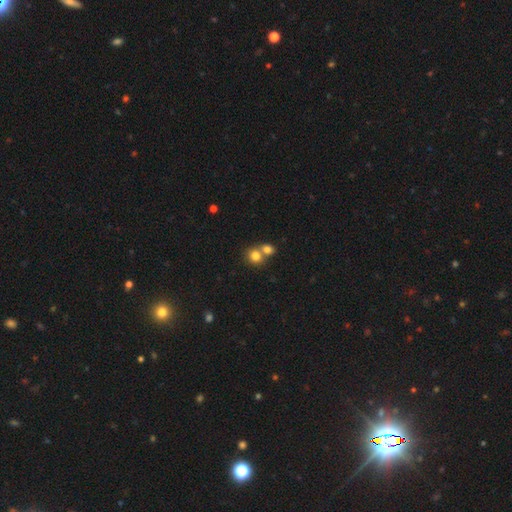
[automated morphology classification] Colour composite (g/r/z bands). It shows a smooth galaxy with no disk features (80%) that is round (79%). Merging: merger (52%).